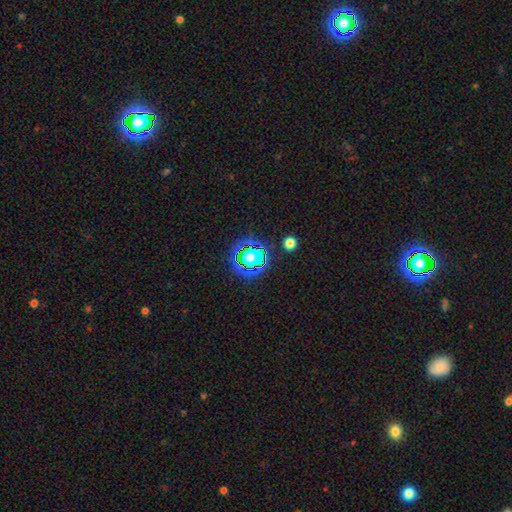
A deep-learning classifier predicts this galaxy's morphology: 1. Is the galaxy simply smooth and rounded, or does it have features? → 74% star or artifact, 18% smooth, 9% featured or disk.